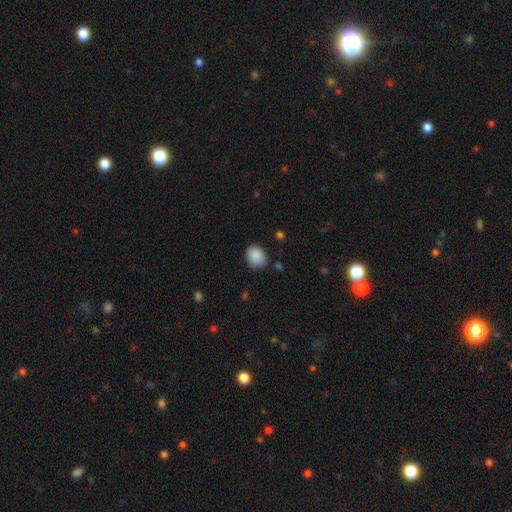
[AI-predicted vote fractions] Smooth or featured? Predicted: smooth (p=0.89). How rounded? Predicted: round (p=0.57). Merging? Predicted: none (p=0.81).